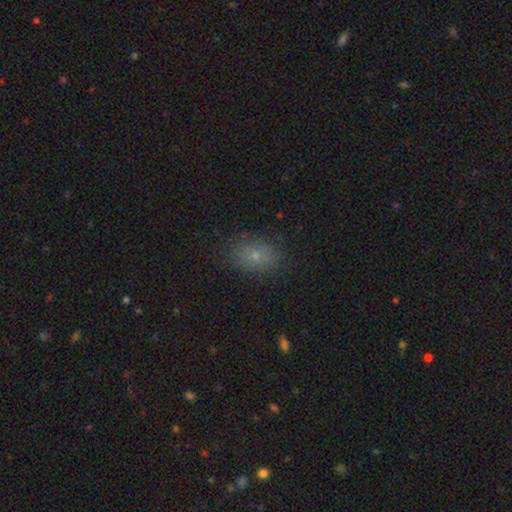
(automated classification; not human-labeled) Q: Smooth or featured?
A: smooth (73%); runner-up: star or artifact (14%)
Q: How rounded?
A: in between (75%); runner-up: round (24%)
Q: Merging?
A: none (81%); runner-up: minor disturbance (14%)